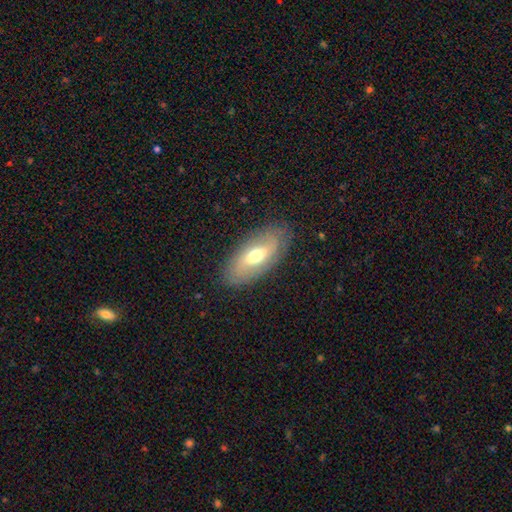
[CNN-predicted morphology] smooth_or_featured: smooth (p=0.48) [alt: featured or disk p=0.45]
merging: none (p=0.83) [alt: minor disturbance p=0.12]